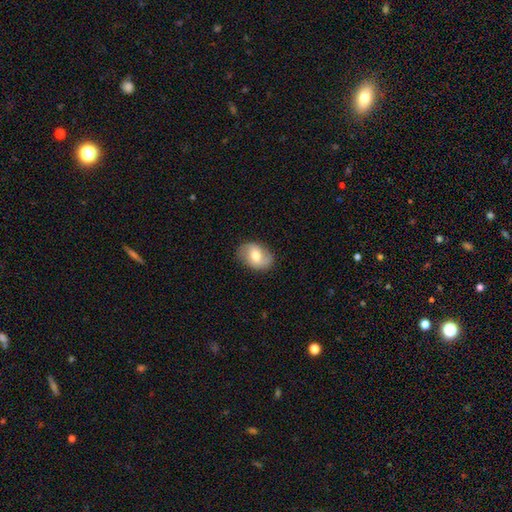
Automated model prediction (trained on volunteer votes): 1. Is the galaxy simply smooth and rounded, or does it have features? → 53% smooth, 39% featured or disk, 7% star or artifact.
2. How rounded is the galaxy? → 76% in between, 23% round, 1% cigar-shaped.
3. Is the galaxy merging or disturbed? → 81% none, 14% minor disturbance, 4% major disturbance, 1% merger.